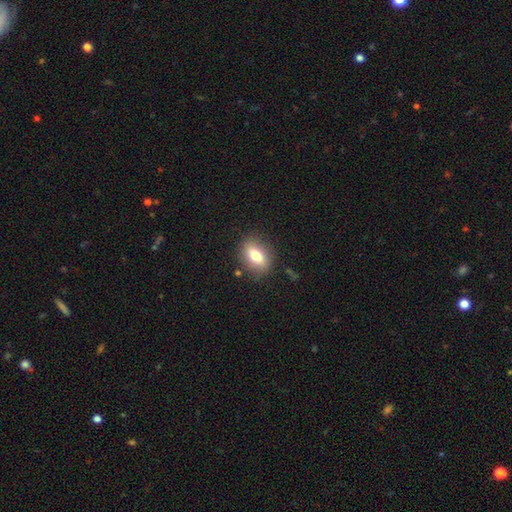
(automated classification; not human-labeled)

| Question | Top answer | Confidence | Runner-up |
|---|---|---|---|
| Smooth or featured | smooth | 72% | featured or disk (19%) |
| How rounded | in between | 74% | round (21%) |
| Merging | none | 83% | minor disturbance (12%) |